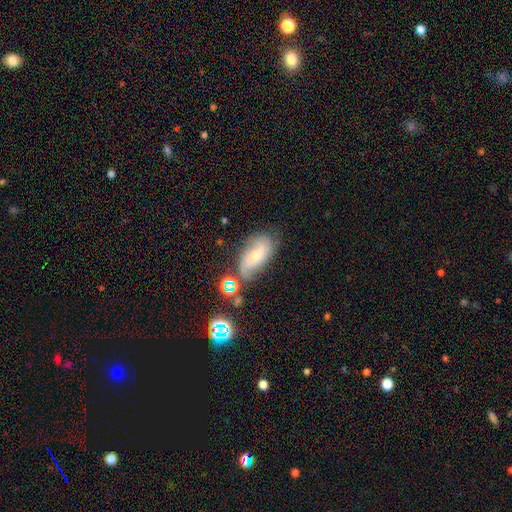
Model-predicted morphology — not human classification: A featured or disk galaxy (52%). Merging: none (51%).